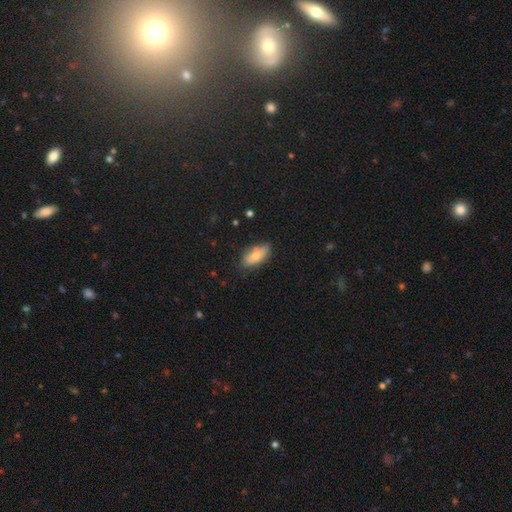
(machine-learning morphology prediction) Smooth or featured: smooth — 75% (featured or disk — 18%)
How rounded: in between — 86% (cigar-shaped — 11%)
Merging: none — 69% (minor disturbance — 24%)